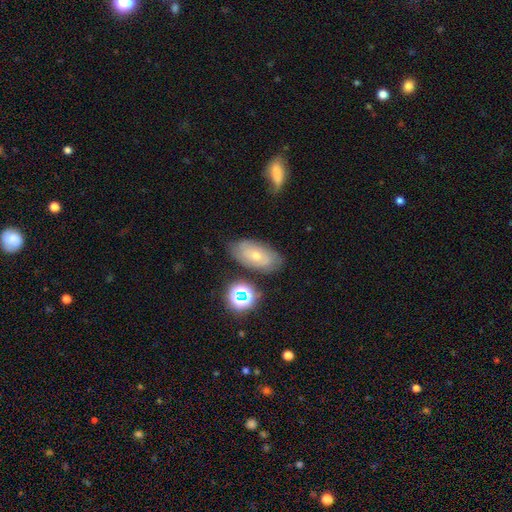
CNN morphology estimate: This is possibly a smooth galaxy (45%). Merging: likely none (74%).